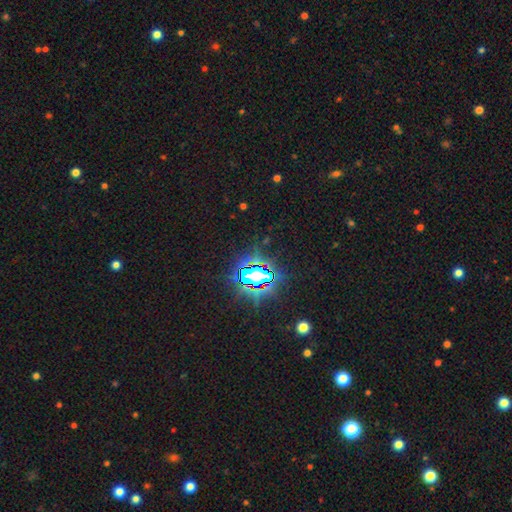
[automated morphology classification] Smooth or featured? Predicted: star or artifact (p=0.83).